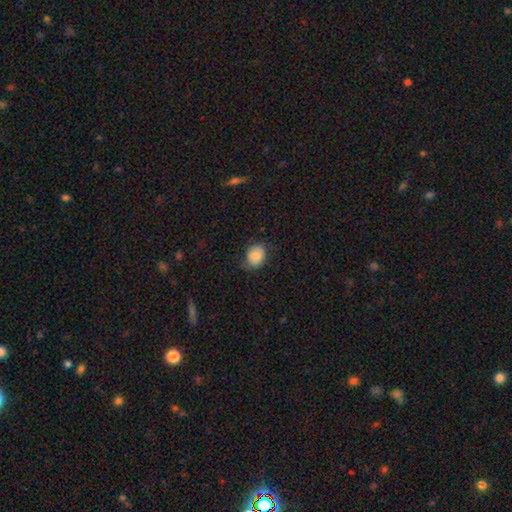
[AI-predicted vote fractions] A smooth galaxy with no disk features (81%) that is in between round and cigar-shaped (52%). Merging: none (68%).